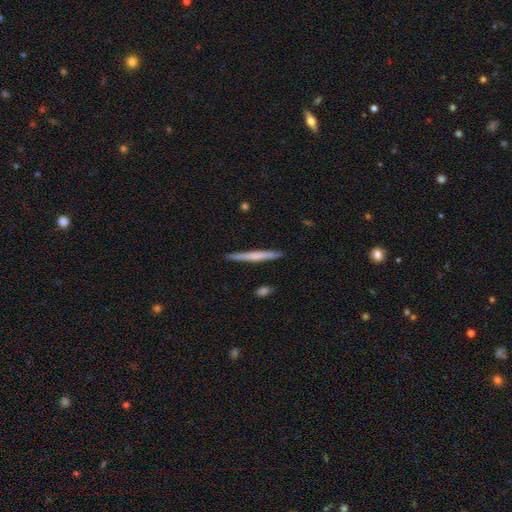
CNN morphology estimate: Smooth or featured? smooth (53%)
How rounded? cigar-shaped (97%)
Merging? none (92%)